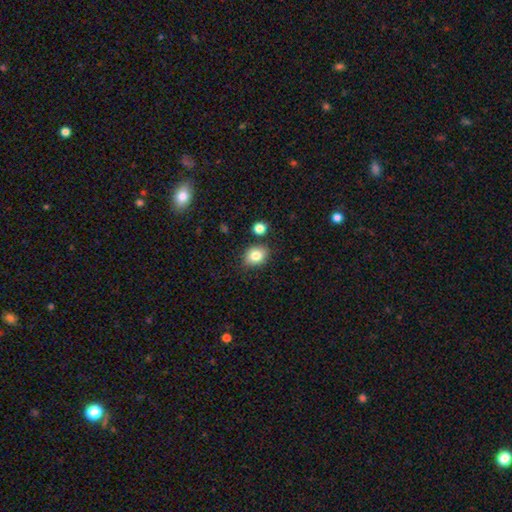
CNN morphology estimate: A smooth galaxy with no disk features (83%) that is in between round and cigar-shaped (55%). Merging: none (80%).